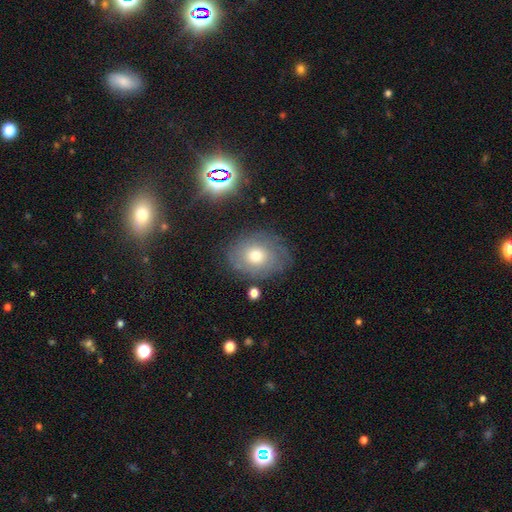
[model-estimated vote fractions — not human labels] A smooth galaxy with no disk features (48%). Merging: none (74%).